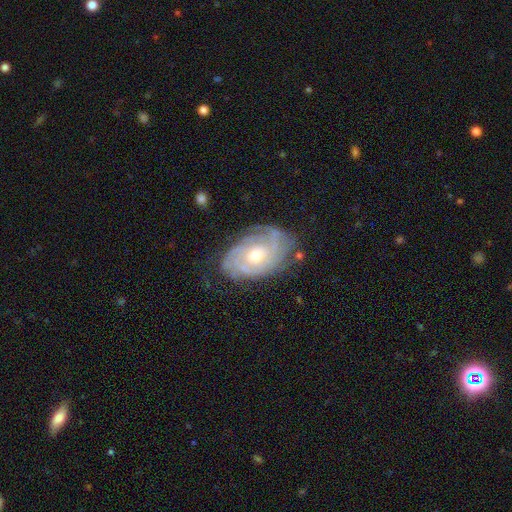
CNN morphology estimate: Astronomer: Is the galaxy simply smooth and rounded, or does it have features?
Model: featured or disk — 83%.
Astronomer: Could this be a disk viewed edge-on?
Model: no — 96%.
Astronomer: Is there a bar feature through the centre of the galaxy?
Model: no — 75%.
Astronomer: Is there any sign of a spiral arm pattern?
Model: yes — 93%.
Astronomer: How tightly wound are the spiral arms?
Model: tight — 71%.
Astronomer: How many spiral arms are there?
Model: can't tell — 42% (runner-up: 3, 18%).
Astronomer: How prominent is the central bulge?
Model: moderate — 68%.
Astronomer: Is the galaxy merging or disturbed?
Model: none — 70%.